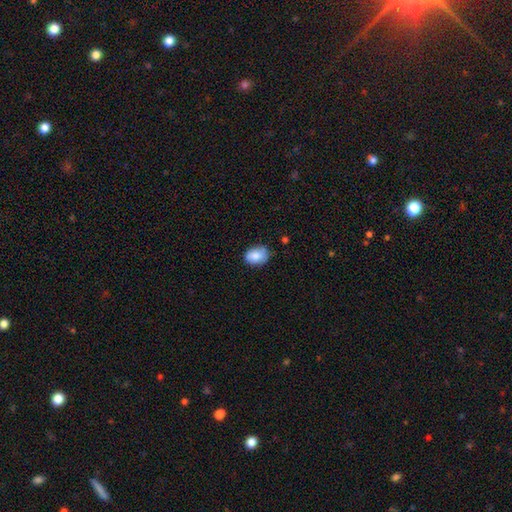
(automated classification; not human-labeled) This is clearly a smooth galaxy (84%). How rounded: likely in between (69%). Merging: likely none (71%).